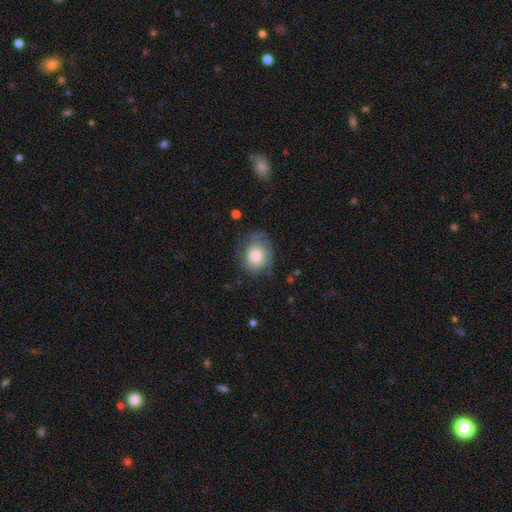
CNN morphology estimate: This appears to be a smooth galaxy with no disk features (60%) that is round (69%). Merging: none (58%).